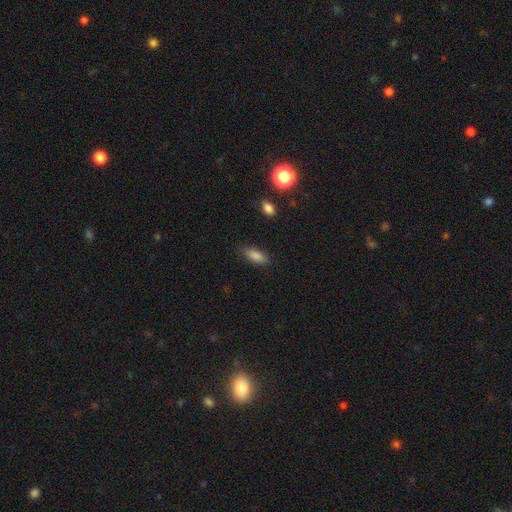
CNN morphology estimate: Smooth or featured: smooth — 83% (star or artifact — 9%)
How rounded: in between — 74% (cigar-shaped — 23%)
Merging: none — 83% (minor disturbance — 12%)